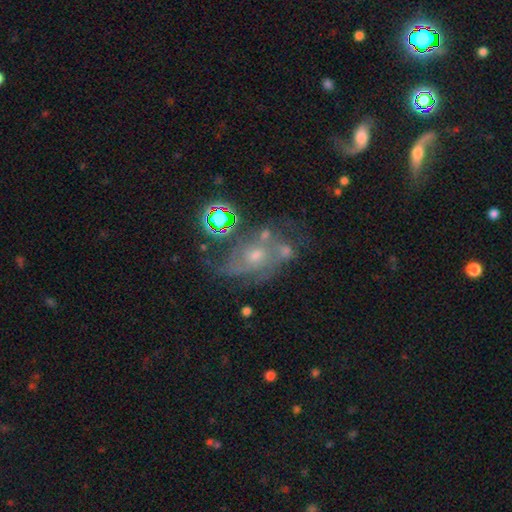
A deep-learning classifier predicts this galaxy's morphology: featured or disk 55%, star or artifact 25%, smooth 20%. Down the decision tree: edge-on disk — no (94%); bar — no (76%); spiral arms — yes (67%); bulge size — small (52%); merging — none (46%).